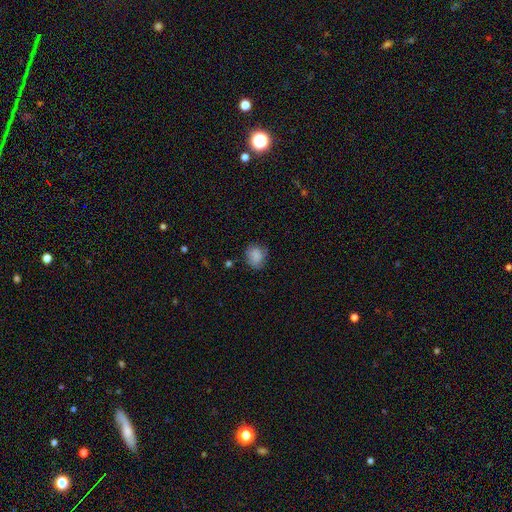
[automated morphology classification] smooth-or-featured: smooth: 83% | star or artifact: 9% | featured or disk: 8%
  how-rounded: round: 63% | in between: 36% | cigar-shaped: 1%
  merging: none: 69% | minor disturbance: 23% | major disturbance: 6% | merger: 2%